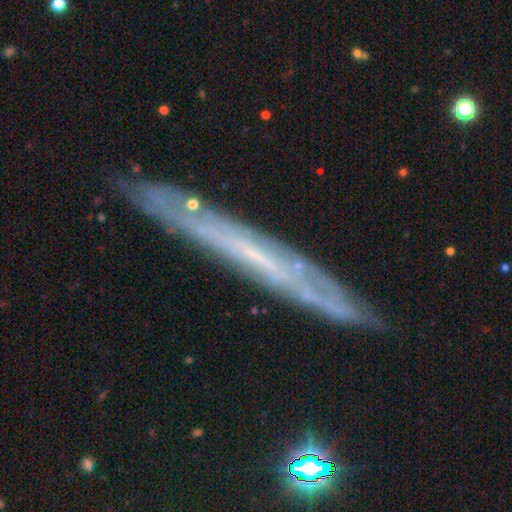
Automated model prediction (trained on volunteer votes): The model was most divided on "smooth or featured": featured or disk: 68%, smooth: 20%, star or artifact: 12%. More confident: edge-on bulge — none (86%); merging — none (83%); edge-on disk — yes (78%).